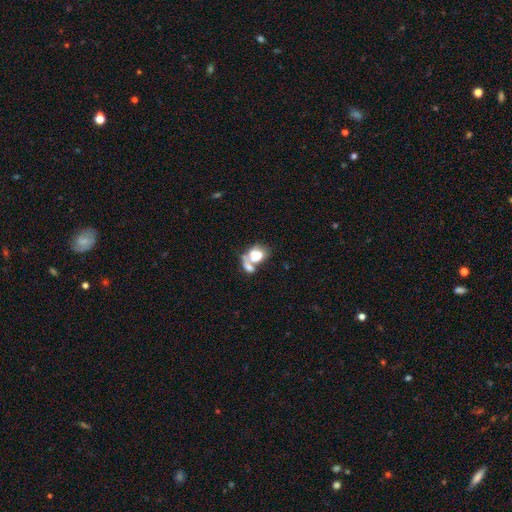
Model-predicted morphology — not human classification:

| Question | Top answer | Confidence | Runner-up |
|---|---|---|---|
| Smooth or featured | smooth | 66% | featured or disk (24%) |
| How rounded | in between | 71% | round (27%) |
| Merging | merger | 61% | none (20%) |